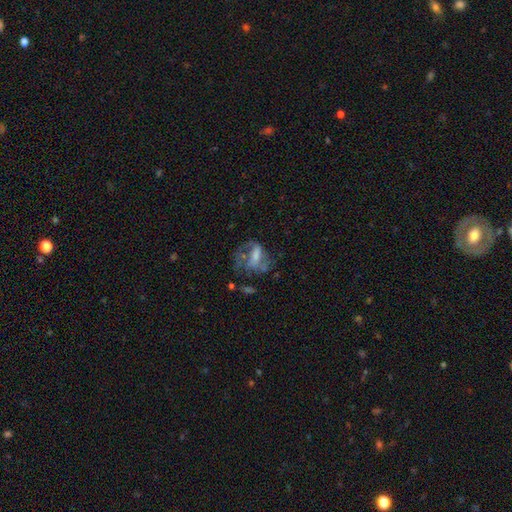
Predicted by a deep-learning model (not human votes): Smooth or featured?
  - featured or disk: 64% *
  - smooth: 24%
  - star or artifact: 12%
Edge-on disk?
  - no: 94% *
  - yes: 6%
Bar?
  - weak: 38% *
  - no: 32%
  - strong: 30%
Spiral arms?
  - yes: 65% *
  - no: 35%
Bulge size?
  - moderate: 33% * (tied)
  - small: 33% * (tied)
  - none: 23%
  - large: 9%
  - dominant: 2%
Merging?
  - none: 40% *
  - major disturbance: 36%
  - minor disturbance: 19%
  - merger: 6%